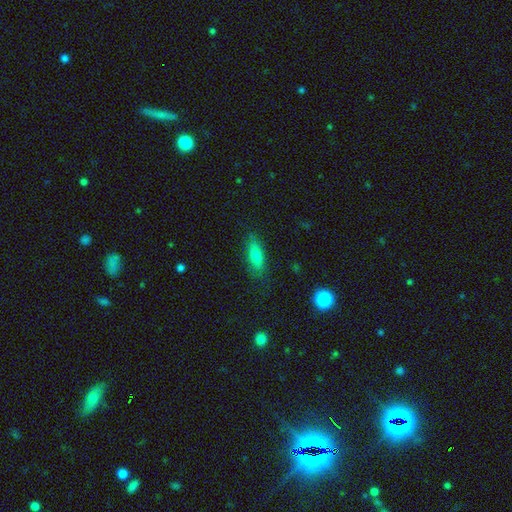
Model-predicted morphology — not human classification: Smooth or featured: smooth — 73% (featured or disk — 18%)
How rounded: in between — 59% (cigar-shaped — 38%)
Merging: none — 81% (minor disturbance — 14%)